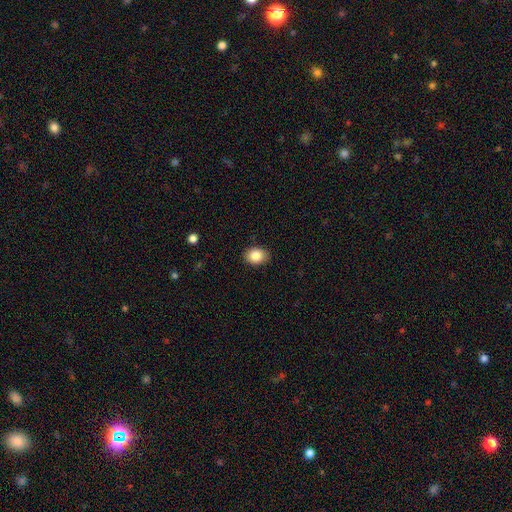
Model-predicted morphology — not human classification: smooth 85%, star or artifact 9%, featured or disk 6%. Down the decision tree: how rounded — in between (61%); merging — none (88%).